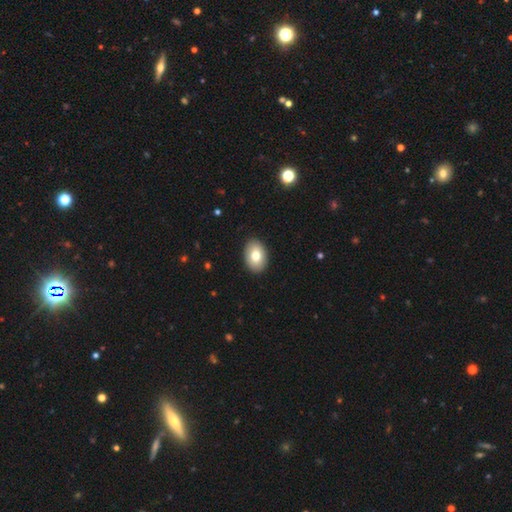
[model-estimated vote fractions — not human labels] This appears to be a smooth galaxy with no disk features (77%) that is in between round and cigar-shaped (83%). Merging: none (90%).